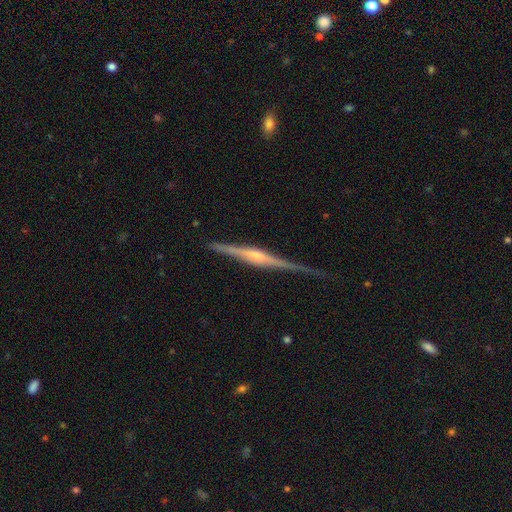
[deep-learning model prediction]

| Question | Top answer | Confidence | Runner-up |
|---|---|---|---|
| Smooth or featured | featured or disk | 82% | smooth (13%) |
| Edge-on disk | yes | 98% | no (2%) |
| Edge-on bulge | rounded | 67% | boxy (19%) |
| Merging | none | 78% | minor disturbance (16%) |